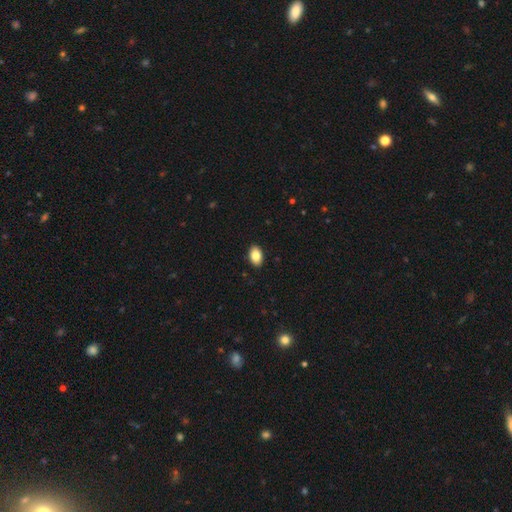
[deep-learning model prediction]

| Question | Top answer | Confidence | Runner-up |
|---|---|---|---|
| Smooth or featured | smooth | 86% | star or artifact (8%) |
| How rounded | in between | 90% | round (9%) |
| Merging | none | 91% | minor disturbance (7%) |